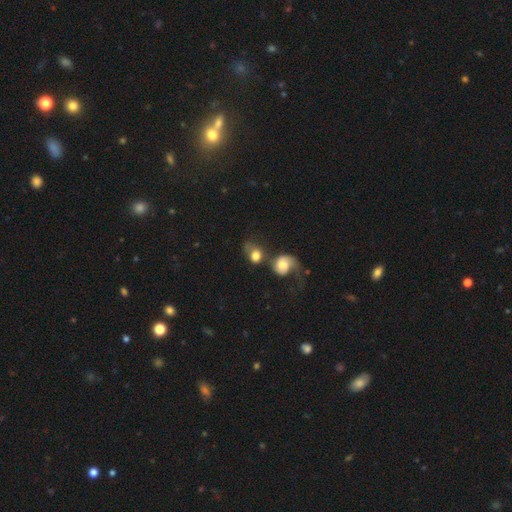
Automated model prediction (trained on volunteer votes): Morphology: type=smooth (66%); roundness=round (58%); merging=merger (47%).